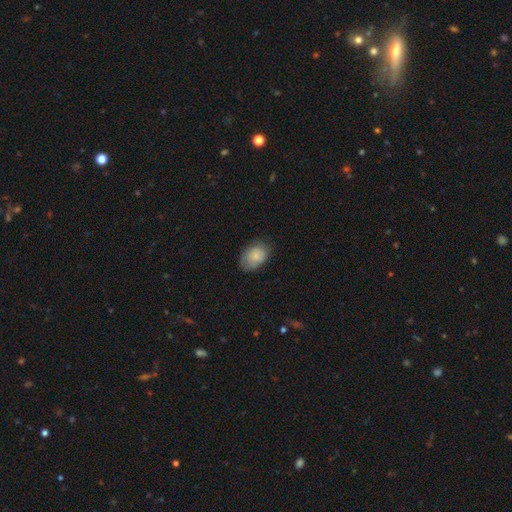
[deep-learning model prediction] Smooth or featured: smooth — 80% (featured or disk — 13%)
How rounded: in between — 78% (round — 21%)
Merging: none — 67% (minor disturbance — 25%)